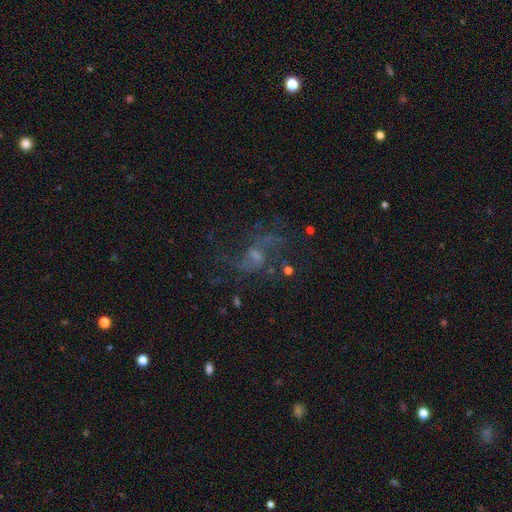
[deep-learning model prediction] Morphology: type=featured or disk (69%); edge-on=no (96%); bar=weak (47%); spiral arms=yes (81%); winding=loose (68%); arm count=2 (68%); bulge=small (47%); merging=none (54%).